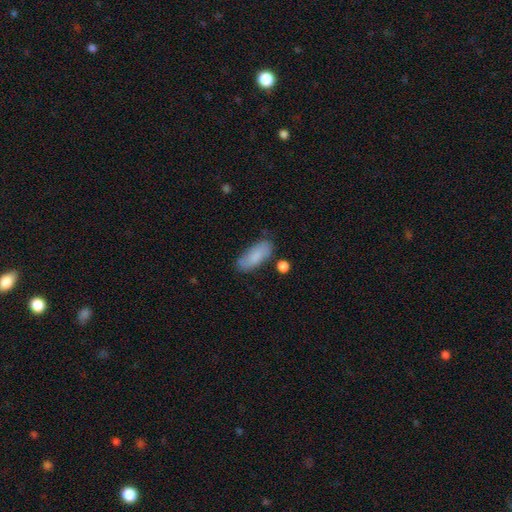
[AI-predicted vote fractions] A smooth galaxy with no disk features (81%) that is in between round and cigar-shaped (78%). Merging: none (72%).